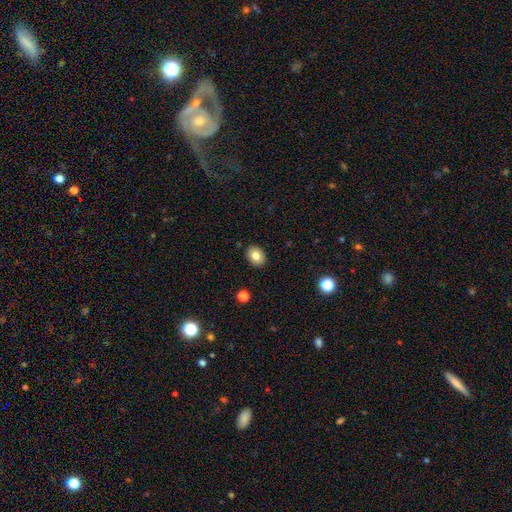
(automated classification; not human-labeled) Morphology: type=smooth (81%); roundness=in between (56%); merging=none (90%).